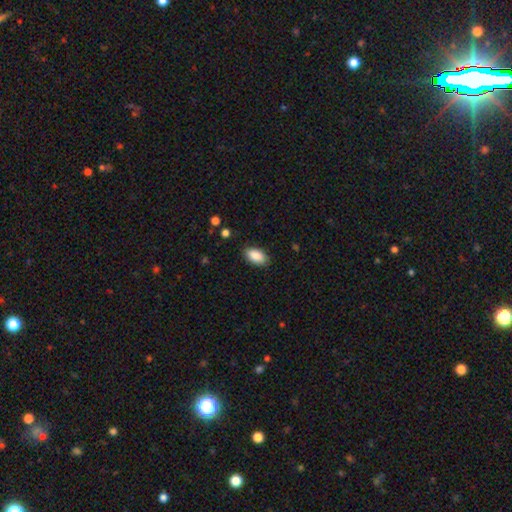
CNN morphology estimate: type=smooth (88%); roundness=in between (93%); merging=none (87%).